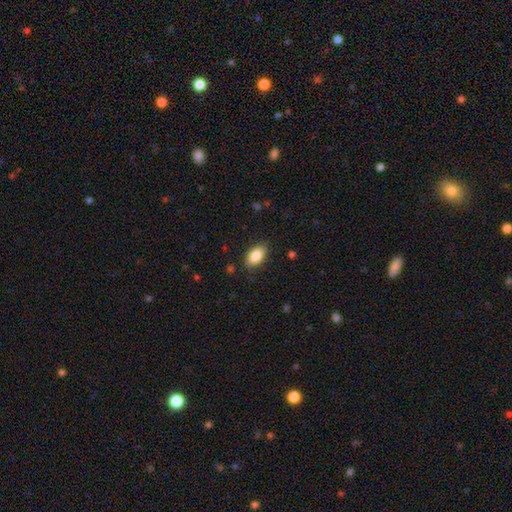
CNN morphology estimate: This appears to be a smooth galaxy with no disk features (86%) that is in between round and cigar-shaped (92%). Merging: none (85%).